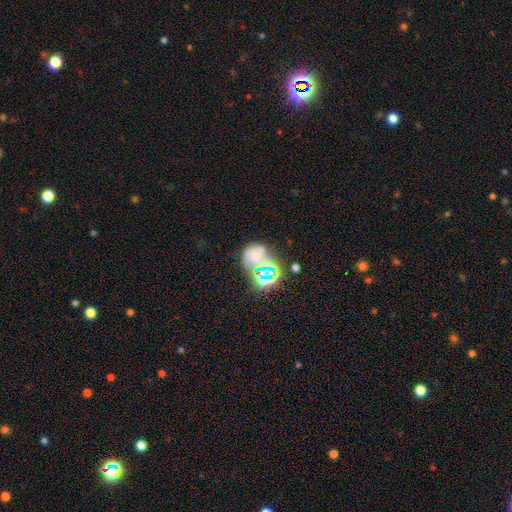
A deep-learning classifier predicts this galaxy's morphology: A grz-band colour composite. It shows a smooth galaxy with no disk features (41%). Merging: none (39%).